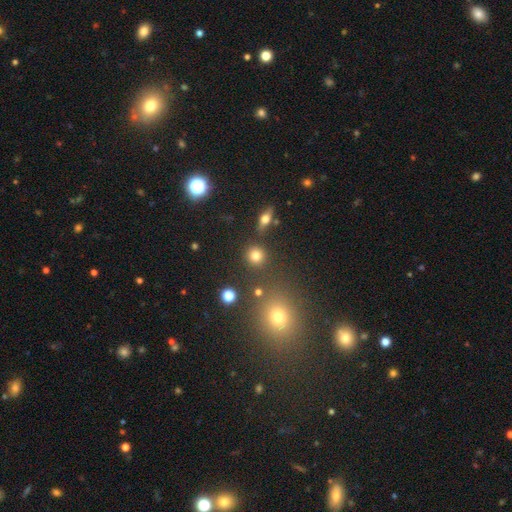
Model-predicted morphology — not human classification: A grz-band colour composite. It shows a smooth galaxy with no disk features (79%) that is round (92%). Merging: none (86%).